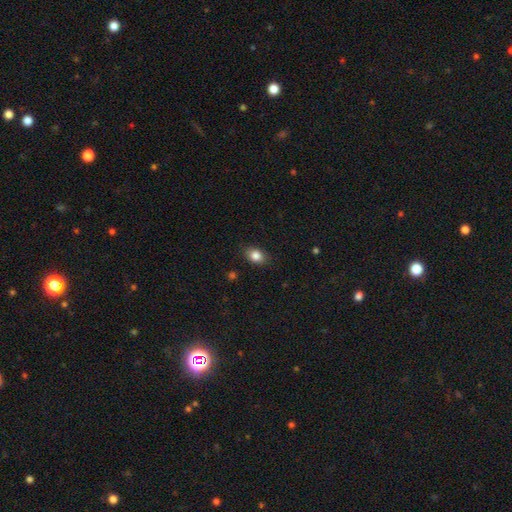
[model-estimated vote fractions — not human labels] This appears to be a smooth galaxy with no disk features (85%) that is in between round and cigar-shaped (71%). Merging: none (85%).